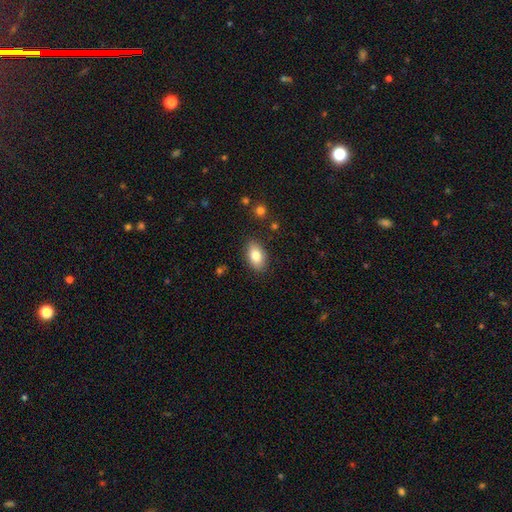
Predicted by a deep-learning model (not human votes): Smooth or featured? smooth (81%)
How rounded? in between (91%)
Merging? none (86%)